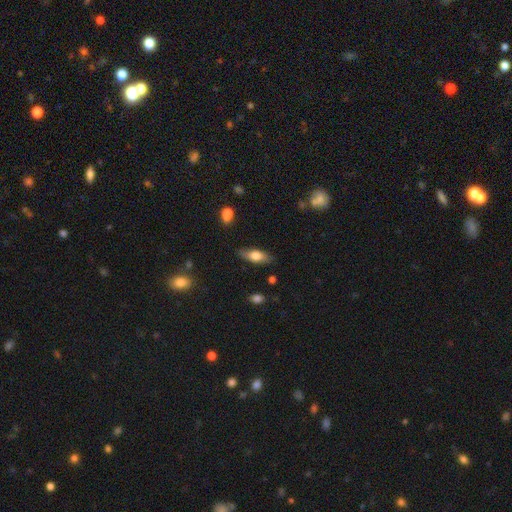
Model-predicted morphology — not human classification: Smooth or featured? Predicted: smooth (p=0.68). How rounded? Predicted: in between (p=0.70). Merging? Predicted: none (p=0.82).